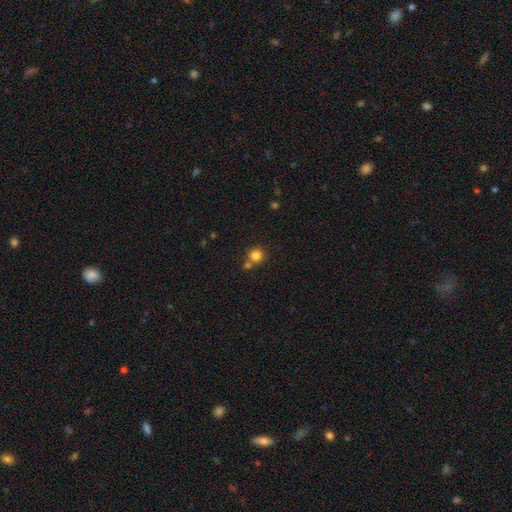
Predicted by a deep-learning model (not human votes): This is clearly a smooth galaxy (82%). How rounded: clearly round (91%). Merging: likely none (62%).